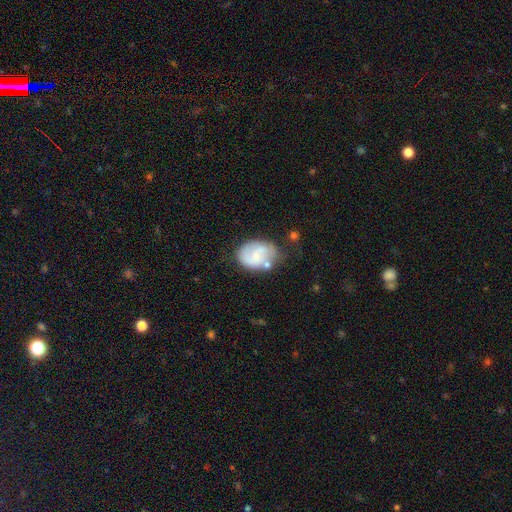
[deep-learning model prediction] Smooth or featured? Predicted: featured or disk (p=0.51). Edge-on disk? Predicted: no (p=0.97). Merging? Predicted: none (p=0.52).